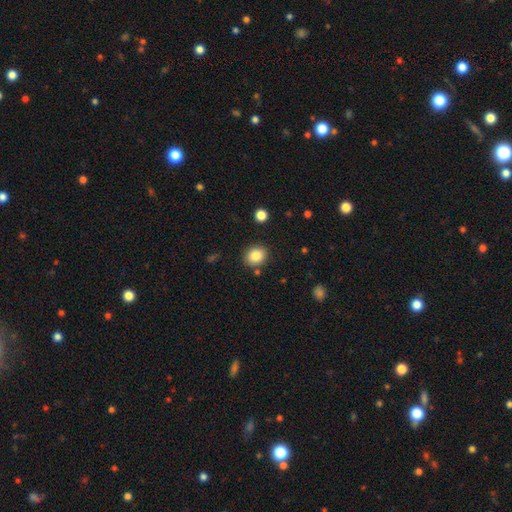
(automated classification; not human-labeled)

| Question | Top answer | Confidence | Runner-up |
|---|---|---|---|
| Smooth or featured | smooth | 85% | star or artifact (9%) |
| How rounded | round | 68% | in between (31%) |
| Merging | none | 84% | minor disturbance (9%) |